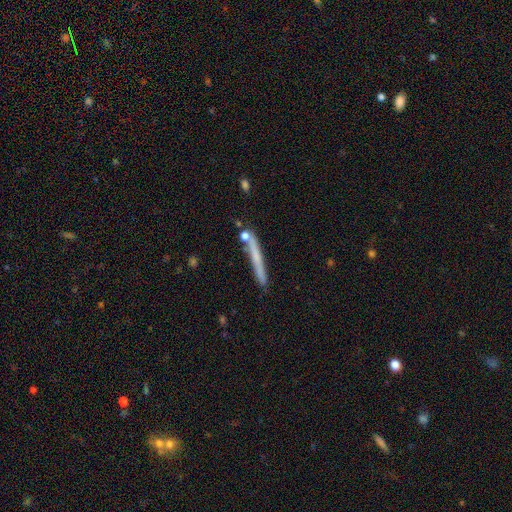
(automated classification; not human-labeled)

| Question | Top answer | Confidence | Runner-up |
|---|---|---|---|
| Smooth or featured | smooth | 55% | featured or disk (37%) |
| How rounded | cigar-shaped | 96% | in between (2%) |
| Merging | none | 80% | minor disturbance (11%) |